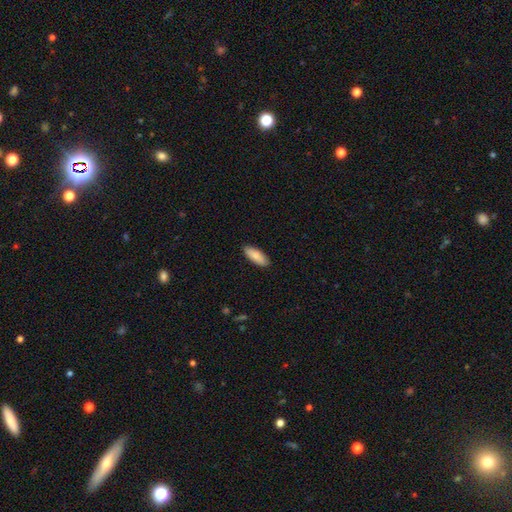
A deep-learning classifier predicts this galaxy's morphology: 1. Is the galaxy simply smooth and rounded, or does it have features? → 86% smooth, 9% featured or disk, 6% star or artifact.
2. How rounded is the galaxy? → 72% in between, 26% cigar-shaped, 2% round.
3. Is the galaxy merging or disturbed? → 90% none, 8% minor disturbance, 2% major disturbance, 1% merger.